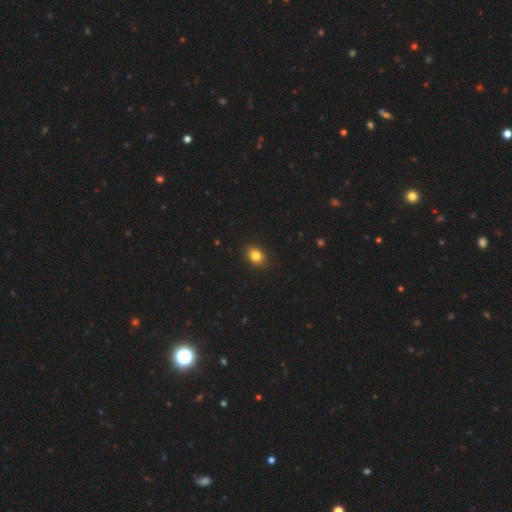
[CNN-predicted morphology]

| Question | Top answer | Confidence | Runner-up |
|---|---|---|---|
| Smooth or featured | smooth | 83% | star or artifact (11%) |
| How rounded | in between | 53% | round (46%) |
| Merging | none | 90% | minor disturbance (7%) |